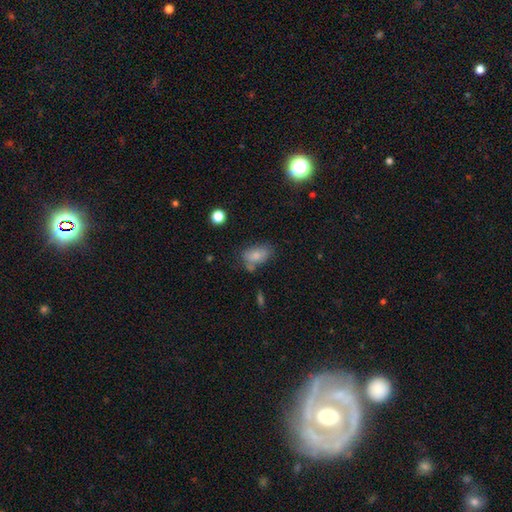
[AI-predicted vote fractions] Smooth or featured: smooth — 78% (featured or disk — 12%)
How rounded: in between — 88% (round — 10%)
Merging: none — 53% (minor disturbance — 25%)